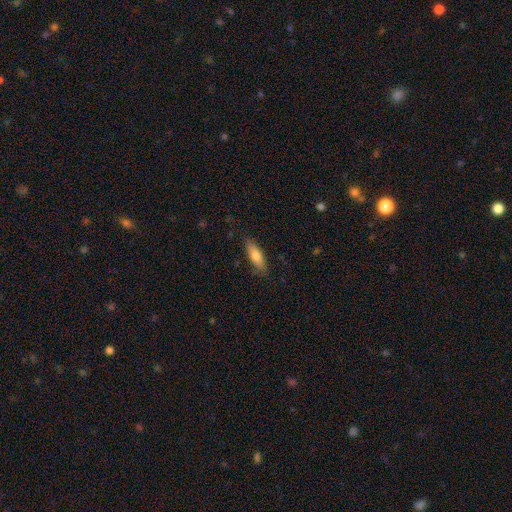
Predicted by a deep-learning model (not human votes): A smooth galaxy with no disk features (75%) that is in between round and cigar-shaped (49%, tied with cigar-shaped). Merging: none (83%).